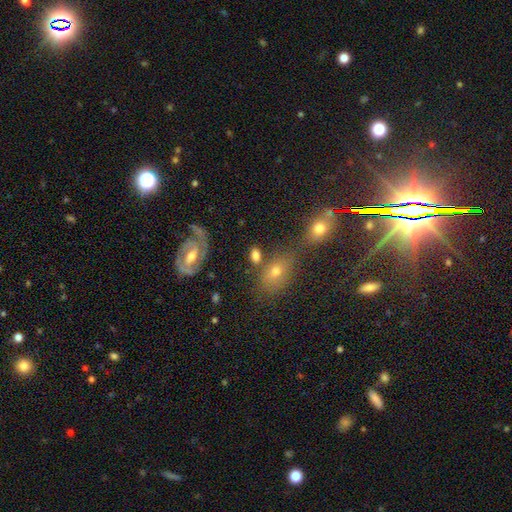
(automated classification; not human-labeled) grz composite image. It shows a smooth galaxy with no disk features (72%) that is in between round and cigar-shaped (84%). Merging: none (63%).